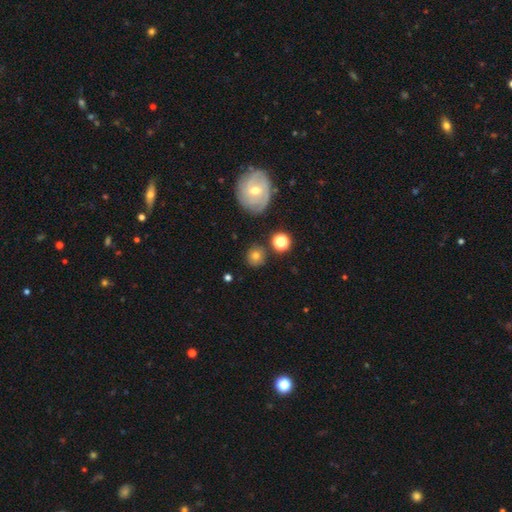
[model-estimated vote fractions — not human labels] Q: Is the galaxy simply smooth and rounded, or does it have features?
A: smooth — 69%.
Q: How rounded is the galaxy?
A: round — 88%.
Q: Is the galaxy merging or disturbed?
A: none — 81%.